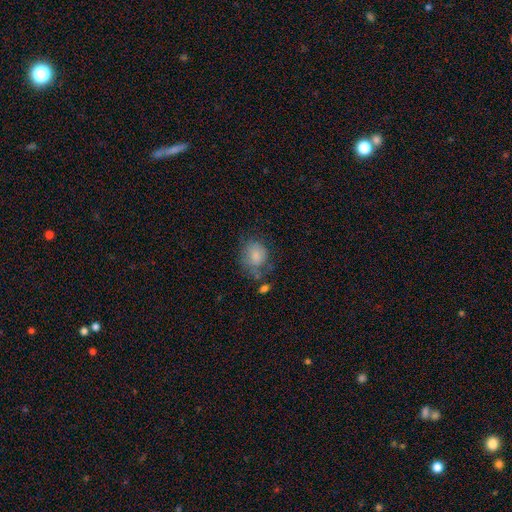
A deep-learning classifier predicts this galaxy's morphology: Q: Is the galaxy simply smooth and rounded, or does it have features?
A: smooth — 79%.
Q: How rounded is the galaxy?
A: round — 62%.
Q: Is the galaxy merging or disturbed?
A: none — 50%.